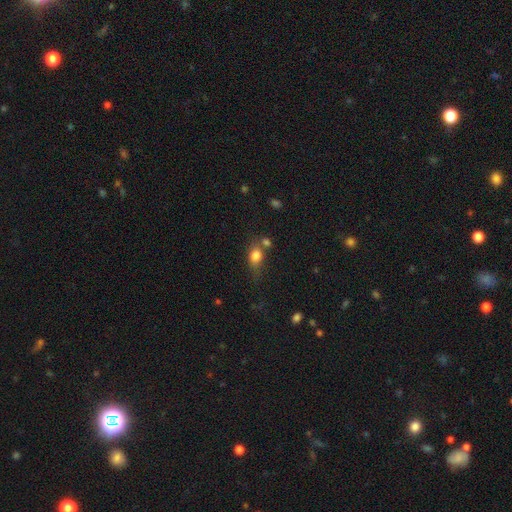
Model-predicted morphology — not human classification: Q: Smooth or featured?
A: smooth (79%); runner-up: star or artifact (10%)
Q: How rounded?
A: in between (65%); runner-up: round (30%)
Q: Merging?
A: none (47%); runner-up: minor disturbance (23%)